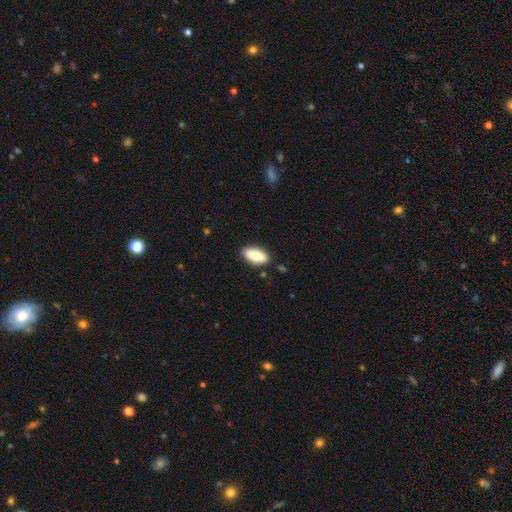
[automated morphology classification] A smooth galaxy with no disk features (83%) that is in between round and cigar-shaped (82%).

Vote fractions:
- Smooth or featured? smooth: 83% / featured or disk: 11% / star or artifact: 6%
- How rounded? in between: 82% / cigar-shaped: 16% / round: 2%
- Merging? none: 86% / minor disturbance: 10% / major disturbance: 2% / merger: 2%